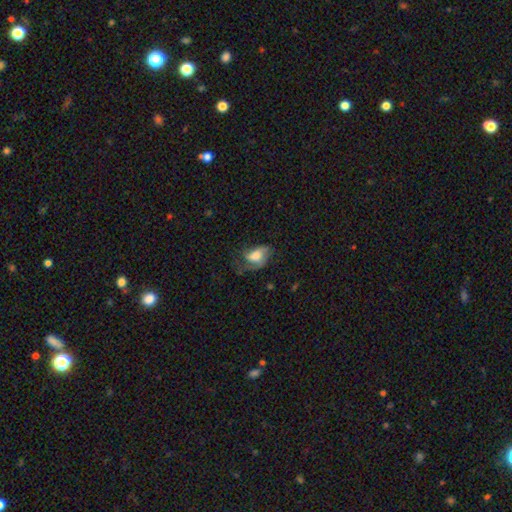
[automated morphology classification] Overall: smooth (48%; featured or disk 43%). Merging: major disturbance (39%; none 33%).